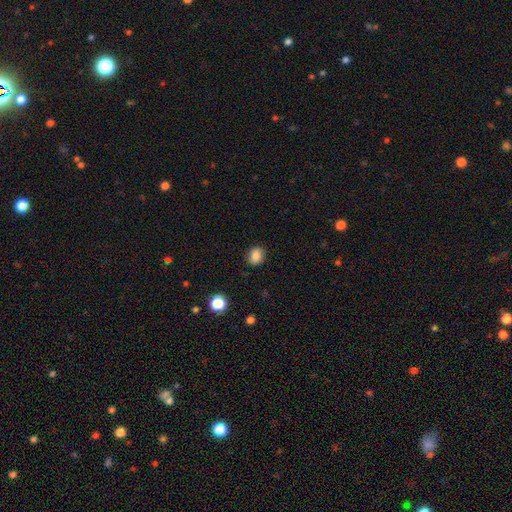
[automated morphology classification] A smooth galaxy with no disk features (82%) that is round (60%). Merging: none (86%).